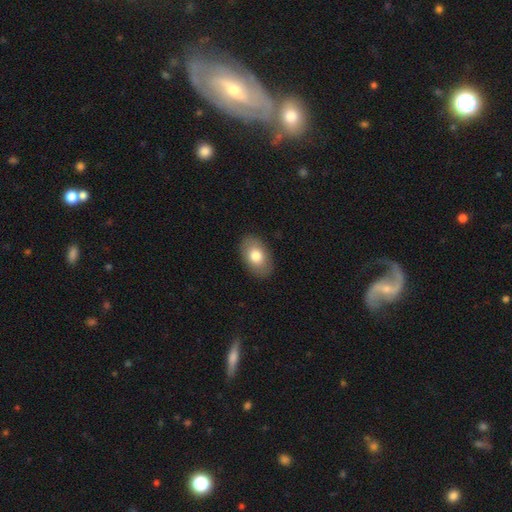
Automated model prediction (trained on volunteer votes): This is likely a smooth galaxy (77%). How rounded: clearly in between (90%). Merging: clearly none (88%).